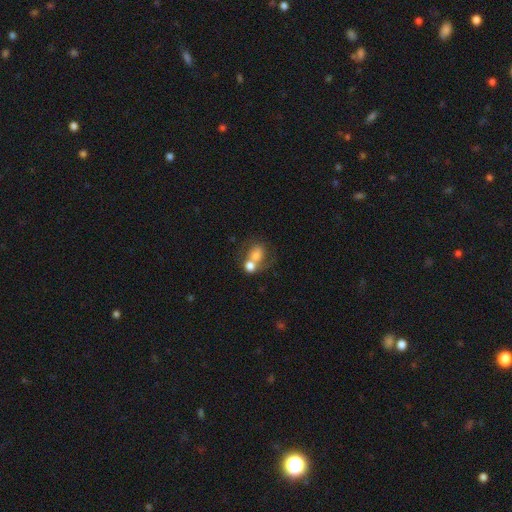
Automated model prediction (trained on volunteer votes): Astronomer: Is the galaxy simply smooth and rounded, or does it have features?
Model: smooth — 63%.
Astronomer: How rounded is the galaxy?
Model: round — 51% (runner-up: in between, 48%).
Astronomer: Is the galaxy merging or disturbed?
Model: merger — 57%.